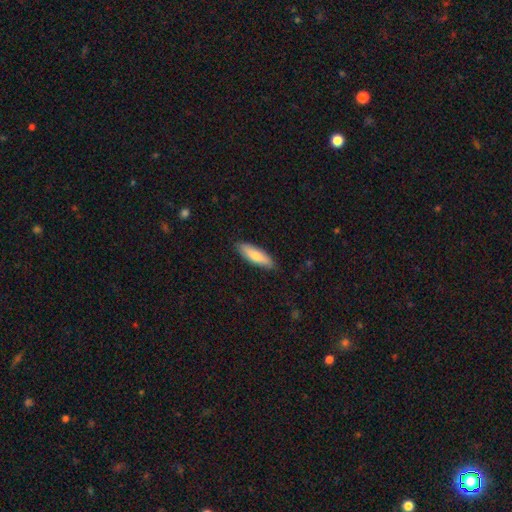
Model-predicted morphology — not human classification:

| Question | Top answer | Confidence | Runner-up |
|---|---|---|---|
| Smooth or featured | smooth | 75% | featured or disk (20%) |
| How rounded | cigar-shaped | 55% | in between (44%) |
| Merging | none | 84% | minor disturbance (13%) |